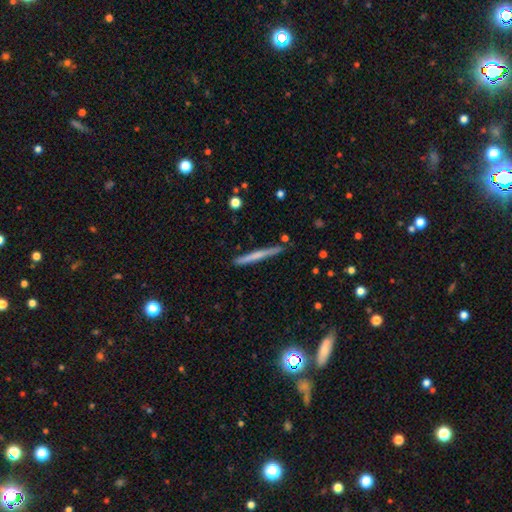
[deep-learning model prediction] Morphology: type=smooth (51%); roundness=cigar-shaped (97%); merging=none (89%).